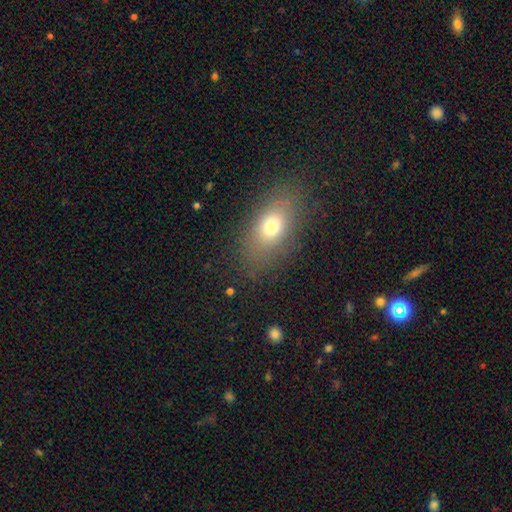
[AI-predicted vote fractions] This appears to be a smooth galaxy with no disk features (70%) that is in between round and cigar-shaped (80%). Merging: none (86%).